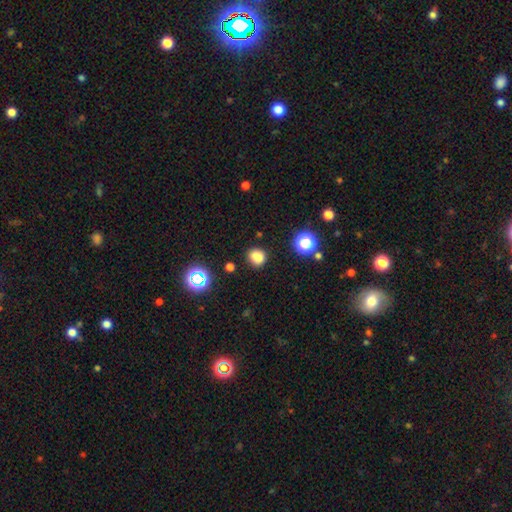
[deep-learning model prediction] This appears to be a smooth galaxy with no disk features (79%) that is round (72%). Merging: none (78%).